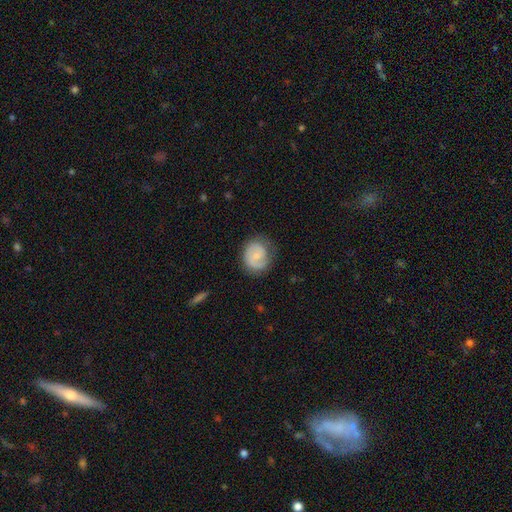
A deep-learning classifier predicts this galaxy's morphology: A featured or disk galaxy (51%) with no bar (63%), spiral arms (83%) and a small central bulge (61%). Merging: none (67%).